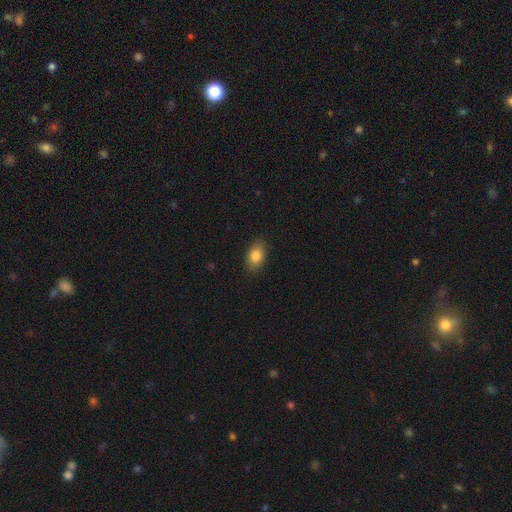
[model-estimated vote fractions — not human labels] A smooth galaxy with no disk features (85%) that is in between round and cigar-shaped (87%). Merging: none (86%).